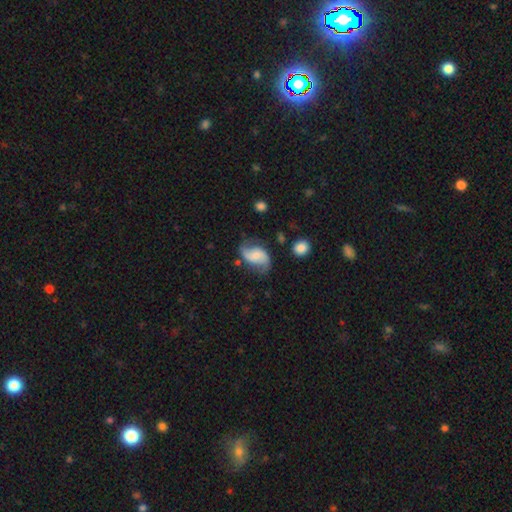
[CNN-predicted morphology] smooth-or-featured: featured or disk: 75% | smooth: 19% | star or artifact: 6%
  disk-edge-on: no: 97% | yes: 3%
    bar: no: 53% | weak: 37% | strong: 10%
    has-spiral-arms: yes: 94% | no: 6%
      spiral-winding: loose: 54% | medium: 35% | tight: 11%
      spiral-arm-count: 2: 90% | can't tell: 4% | 1: 3% | 3: 1% | 4: 1% | more than 4: 1%
    bulge-size: small: 49% | moderate: 39% | none: 6% | large: 4% | dominant: 1%
  merging: none: 64% | minor disturbance: 23% | major disturbance: 10% | merger: 3%